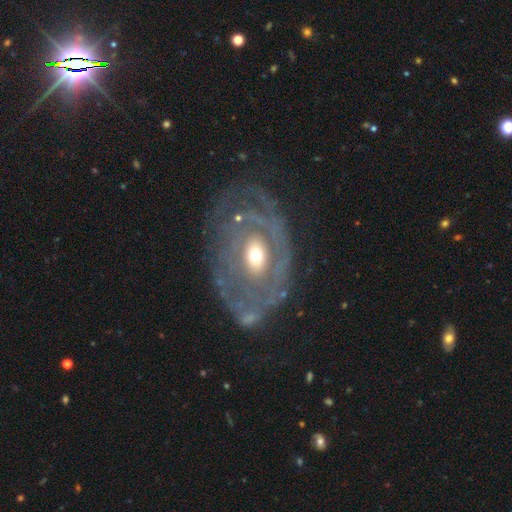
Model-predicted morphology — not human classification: Smooth or featured? Predicted: featured or disk (p=0.78). Edge-on disk? Predicted: no (p=0.94). Bar? Predicted: no (p=0.73). Spiral arms? Predicted: yes (p=0.66). Bulge size? Predicted: moderate (p=0.59). Merging? Predicted: none (p=0.56).